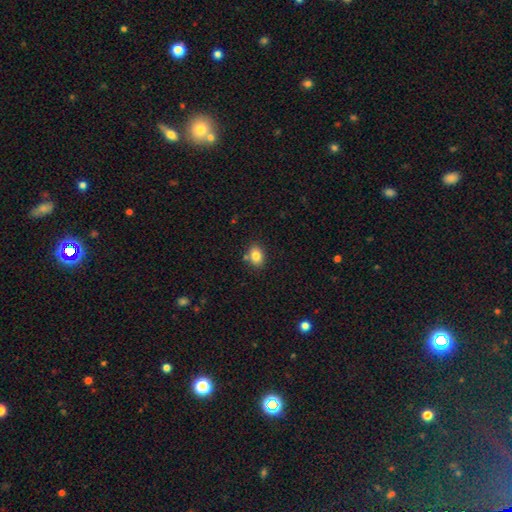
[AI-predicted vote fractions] The model was most divided on "how rounded": in between: 72%, round: 27%, cigar-shaped: 1%. More confident: smooth or featured — smooth (83%); merging — none (79%).